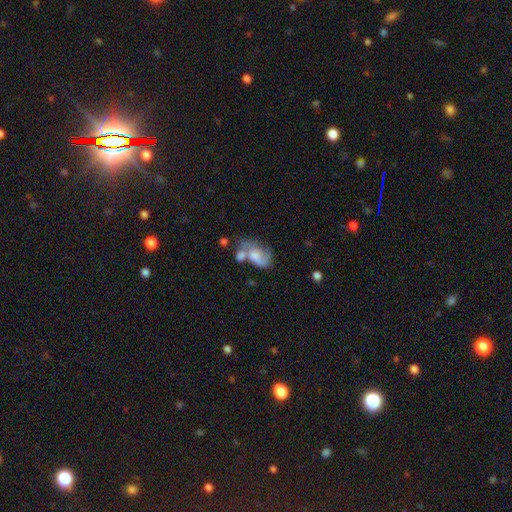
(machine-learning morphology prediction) smooth-or-featured: smooth: 46% | featured or disk: 45% | star or artifact: 9%
  merging: merger: 36% | none: 23% | major disturbance: 22% | minor disturbance: 19%